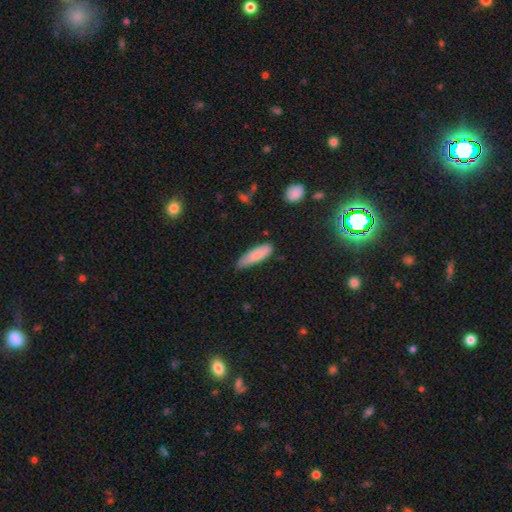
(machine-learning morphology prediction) Smooth or featured? smooth (84%)
How rounded? cigar-shaped (58%)
Merging? none (67%)